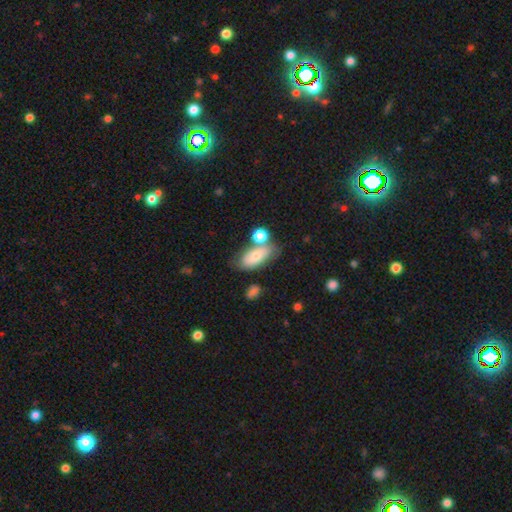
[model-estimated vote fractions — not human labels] A smooth galaxy with no disk features (65%) that is in between round and cigar-shaped (86%). Merging: none (48%).